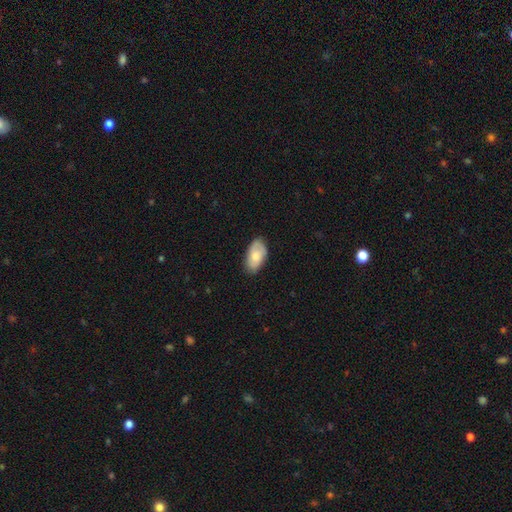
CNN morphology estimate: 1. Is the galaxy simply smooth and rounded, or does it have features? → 73% smooth, 21% featured or disk, 6% star or artifact.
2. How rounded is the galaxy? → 94% in between, 3% round, 2% cigar-shaped.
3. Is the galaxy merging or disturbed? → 77% none, 18% minor disturbance, 3% major disturbance, 1% merger.